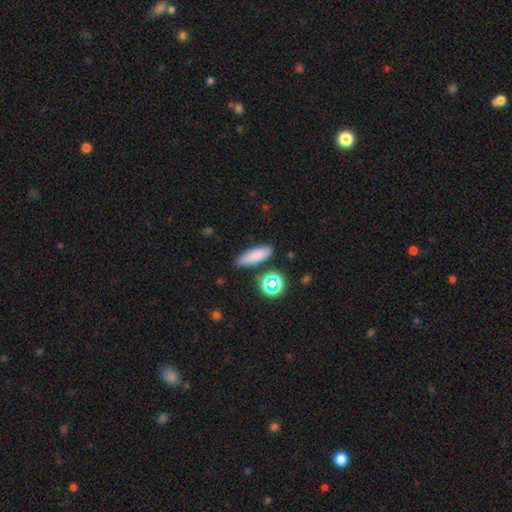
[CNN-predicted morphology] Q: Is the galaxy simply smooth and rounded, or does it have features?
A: smooth — 78%.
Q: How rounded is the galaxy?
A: in between — 51%.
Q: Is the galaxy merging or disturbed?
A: none — 82%.